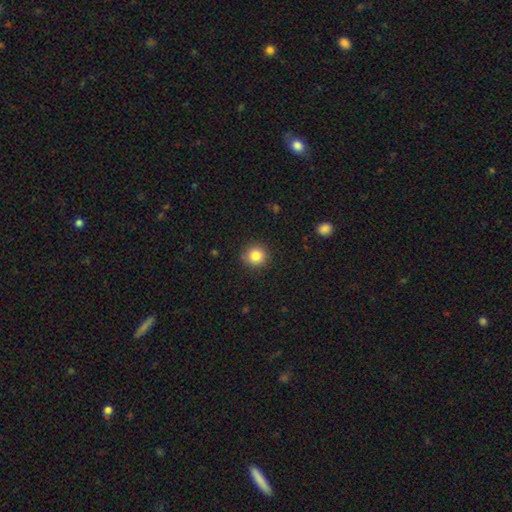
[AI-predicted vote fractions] The model was most divided on "smooth or featured": smooth: 84%, star or artifact: 10%, featured or disk: 6%. More confident: how rounded — round (92%); merging — none (89%).